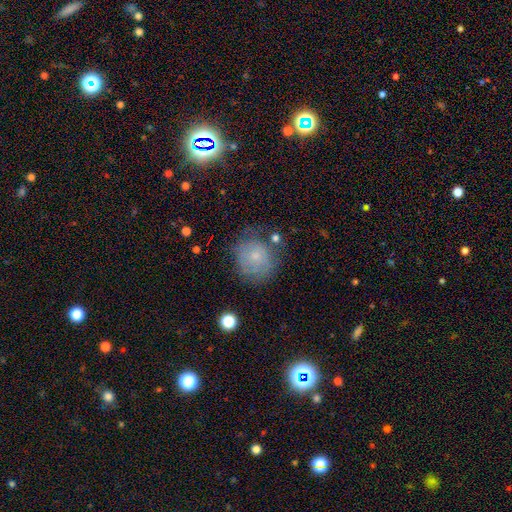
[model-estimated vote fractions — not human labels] The model was most divided on "smooth or featured": smooth: 49%, featured or disk: 39%, star or artifact: 12%. More confident: merging — none (60%).